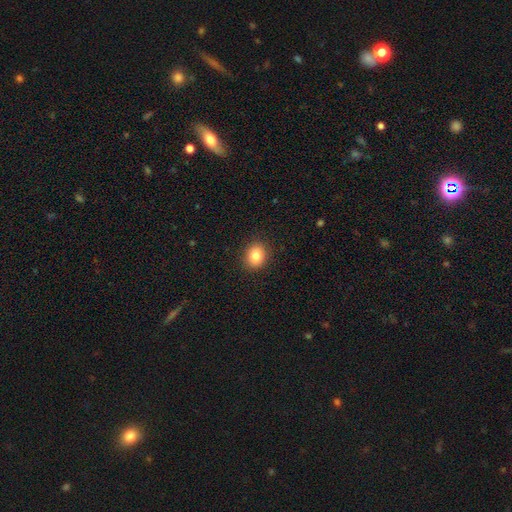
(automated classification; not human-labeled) smooth_or_featured: smooth (p=0.84) [alt: star or artifact p=0.10]
how_rounded: round (p=0.60) [alt: in between p=0.39]
merging: none (p=0.90) [alt: minor disturbance p=0.07]